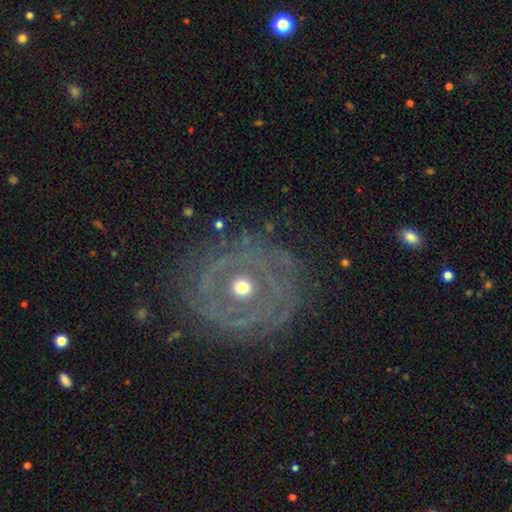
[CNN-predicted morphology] smooth-or-featured: featured or disk: 76% | smooth: 16% | star or artifact: 8%
  disk-edge-on: no: 96% | yes: 4%
    bar: no: 86% | weak: 10% | strong: 4%
    has-spiral-arms: yes: 61% | no: 39%
    bulge-size: moderate: 67% | small: 26% | large: 4% | dominant: 1% | none: 1%
  merging: none: 76% | minor disturbance: 14% | major disturbance: 8% | merger: 2%